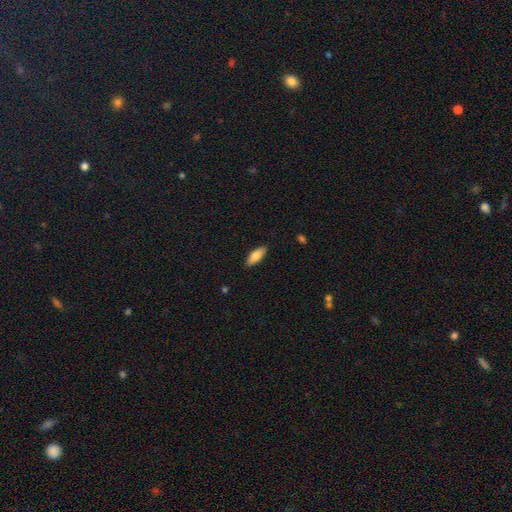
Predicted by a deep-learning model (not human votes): Morphology: type=smooth (79%); roundness=in between (75%); merging=none (88%).